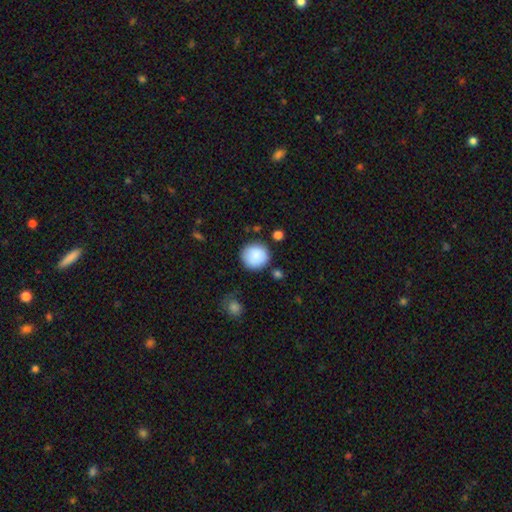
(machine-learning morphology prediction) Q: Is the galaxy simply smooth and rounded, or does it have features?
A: smooth — 89%.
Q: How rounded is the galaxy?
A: round — 92%.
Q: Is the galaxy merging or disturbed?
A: none — 83%.